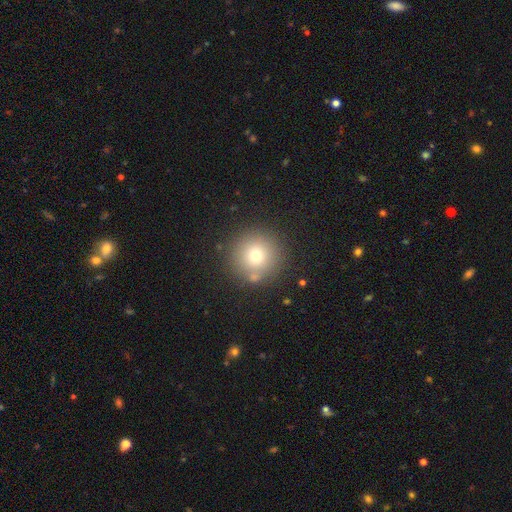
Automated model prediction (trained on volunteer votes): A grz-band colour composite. It shows a smooth galaxy with no disk features (71%) that is round (95%). Merging: none (82%).